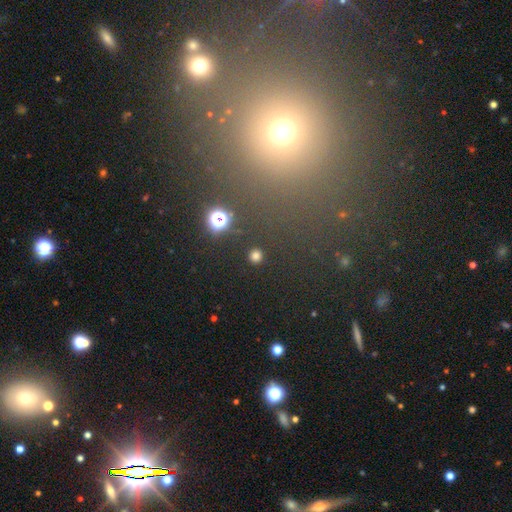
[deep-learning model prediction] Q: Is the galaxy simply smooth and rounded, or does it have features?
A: smooth — 76%.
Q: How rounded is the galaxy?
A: round — 95%.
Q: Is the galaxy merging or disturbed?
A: none — 92%.